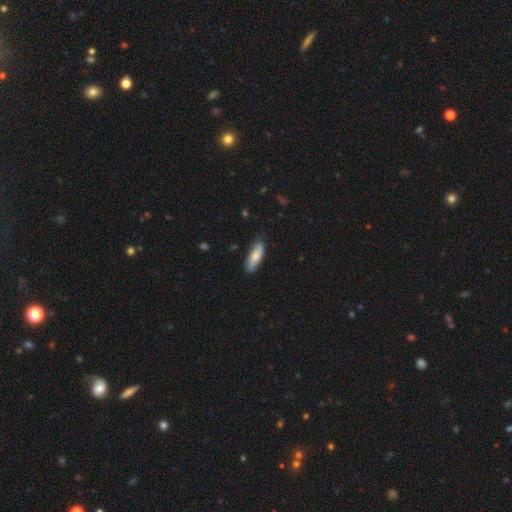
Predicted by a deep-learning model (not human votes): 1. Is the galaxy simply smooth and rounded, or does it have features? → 77% smooth, 17% featured or disk, 6% star or artifact.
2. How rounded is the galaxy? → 54% in between, 44% cigar-shaped, 2% round.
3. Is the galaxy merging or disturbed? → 82% none, 14% minor disturbance, 2% major disturbance, 1% merger.